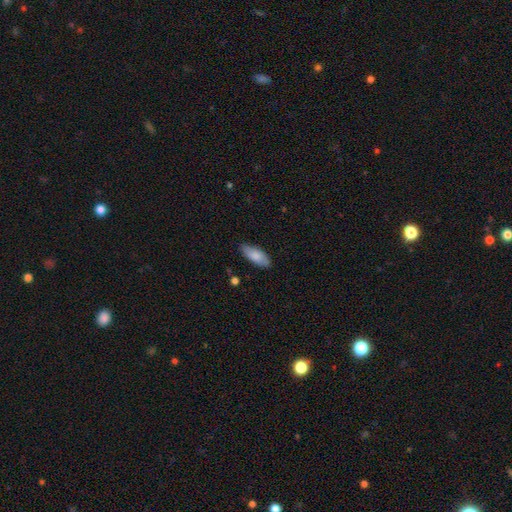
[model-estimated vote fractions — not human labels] Smooth or featured? smooth (81%)
How rounded? in between (82%)
Merging? none (83%)